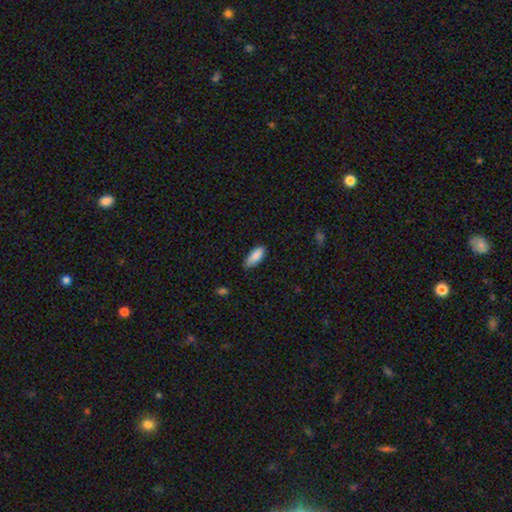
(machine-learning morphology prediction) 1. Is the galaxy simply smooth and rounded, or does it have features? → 88% smooth, 7% star or artifact, 5% featured or disk.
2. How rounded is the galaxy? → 78% in between, 20% cigar-shaped, 2% round.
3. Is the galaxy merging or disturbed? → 70% none, 25% minor disturbance, 3% major disturbance, 1% merger.